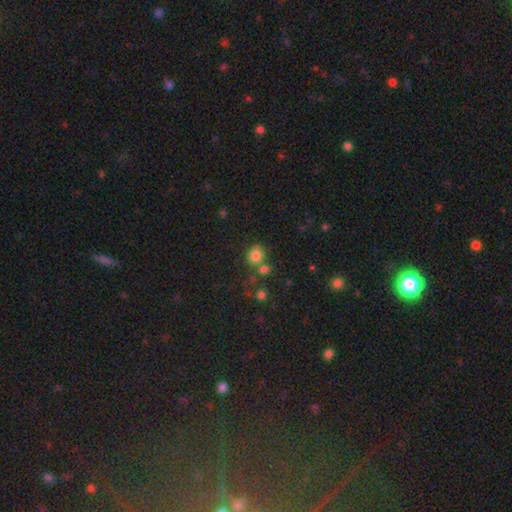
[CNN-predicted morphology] This appears to be a smooth galaxy with no disk features (80%) that is round (69%). Merging: none (63%).